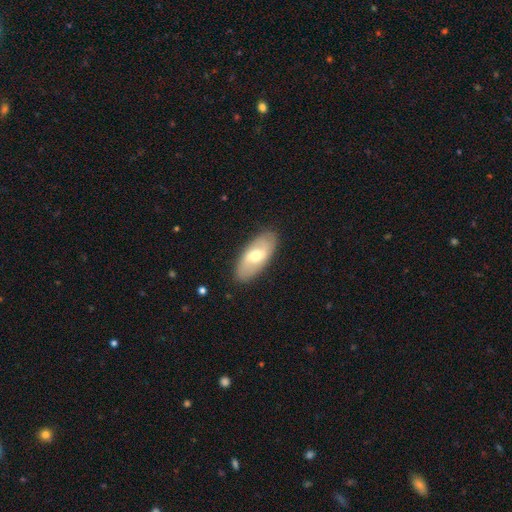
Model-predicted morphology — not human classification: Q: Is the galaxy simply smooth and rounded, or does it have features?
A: smooth — 53%.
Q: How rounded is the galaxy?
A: in between — 89%.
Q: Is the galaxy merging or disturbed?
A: none — 86%.